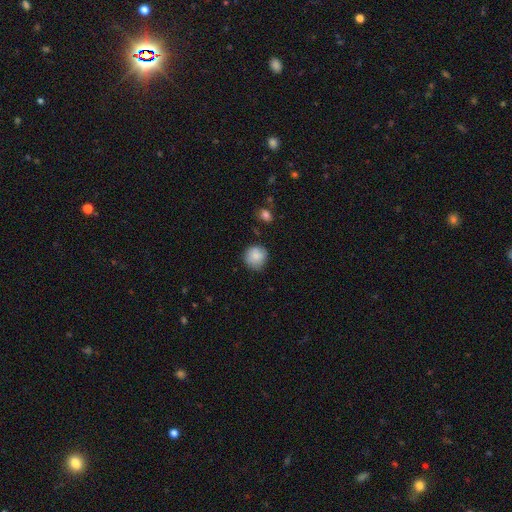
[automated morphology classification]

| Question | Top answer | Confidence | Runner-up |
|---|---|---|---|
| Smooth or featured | smooth | 85% | featured or disk (8%) |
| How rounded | round | 91% | in between (8%) |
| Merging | none | 77% | minor disturbance (18%) |